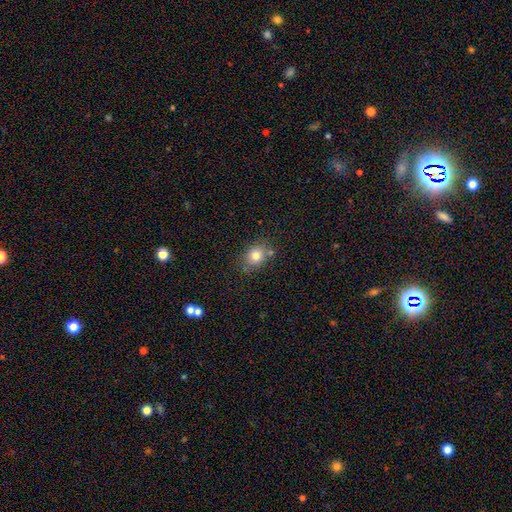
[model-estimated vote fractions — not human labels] smooth 79%, featured or disk 11%, star or artifact 11%. Down the decision tree: how rounded — in between (52%); merging — none (70%).